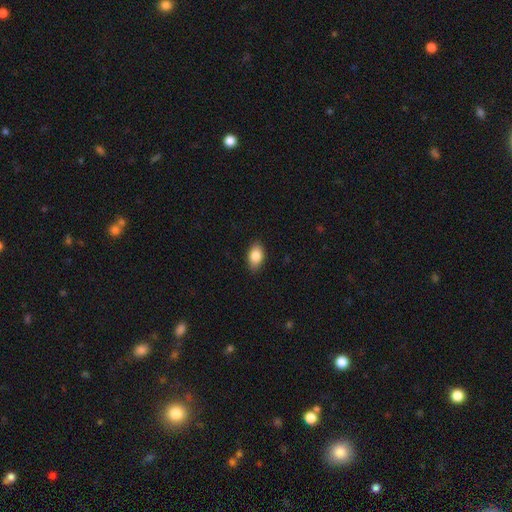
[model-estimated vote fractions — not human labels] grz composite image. It shows a smooth galaxy with no disk features (84%) that is in between round and cigar-shaped (89%). Merging: none (87%).